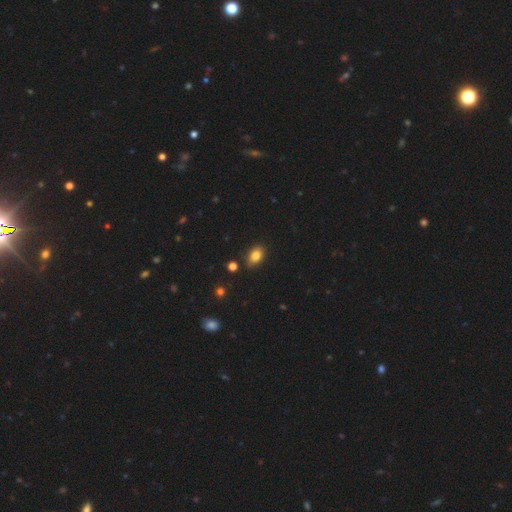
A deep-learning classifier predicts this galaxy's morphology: Smooth or featured?
  - smooth: 83% *
  - star or artifact: 10%
  - featured or disk: 7%
How rounded?
  - in between: 85% *
  - round: 13%
  - cigar-shaped: 2%
Merging?
  - none: 81% *
  - minor disturbance: 13%
  - merger: 3%
  - major disturbance: 2%